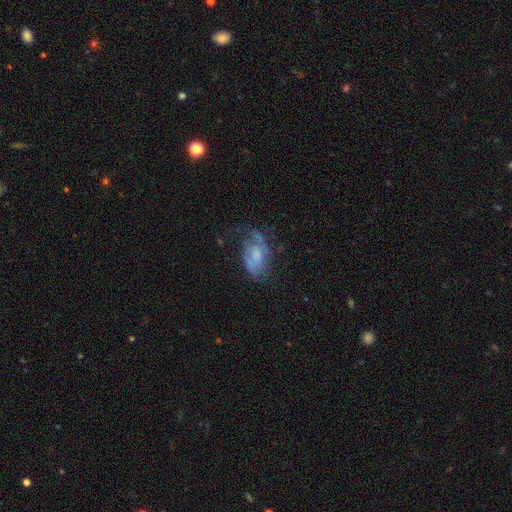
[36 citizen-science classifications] smooth-or-featured: featured or disk: 56% | smooth: 39% | star or artifact: 6%
  disk-edge-on: no: 95% | yes: 5%
    bar: no: 68% | weak: 32% | strong: 0%
    has-spiral-arms: yes: 53% | no: 47%
      spiral-winding: loose: 40% | tight: 30% | medium: 30%
      spiral-arm-count: 2: 40% | 1: 30% | can't tell: 30% | 3: 0% | 4: 0% | more than 4: 0%
    bulge-size: moderate: 37% | small: 26% | large: 16% | none: 16% | dominant: 5%
  merging: none: 50% | minor disturbance: 26% | major disturbance: 24% | merger: 0%